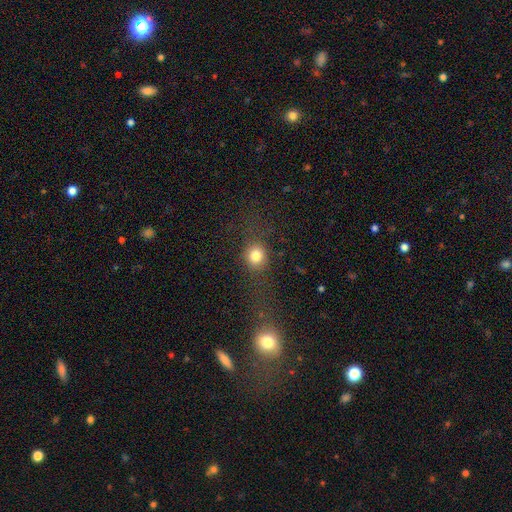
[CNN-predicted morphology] Smooth or featured? Predicted: smooth (p=0.79). How rounded? Predicted: round (p=0.76). Merging? Predicted: none (p=0.72).